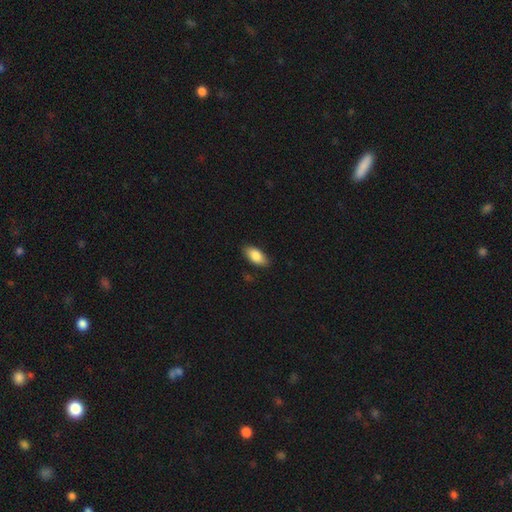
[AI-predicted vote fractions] Morphology: type=smooth (86%); roundness=in between (91%); merging=none (85%).